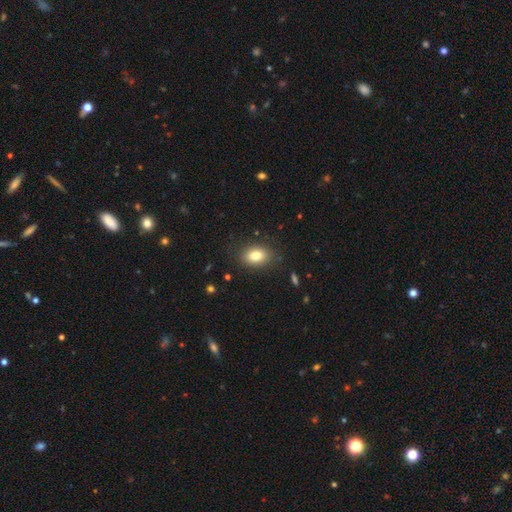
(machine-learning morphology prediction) Smooth or featured? smooth (81%)
How rounded? in between (78%)
Merging? none (85%)